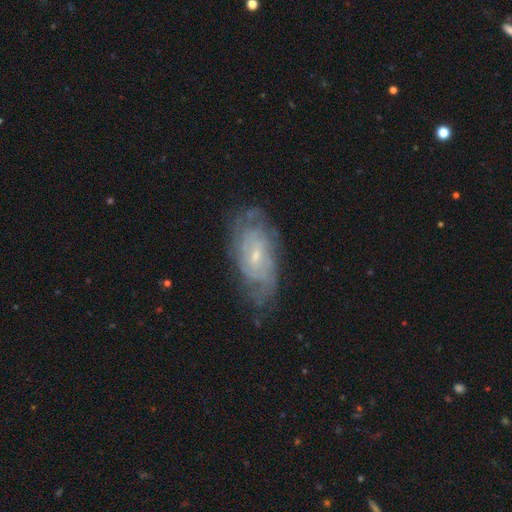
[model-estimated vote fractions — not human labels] Smooth or featured: featured or disk — 78% (smooth — 15%)
Edge-on disk: no — 93% (yes — 7%)
Bar: no — 48% (weak — 44%)
Spiral arms: yes — 90% (no — 10%)
Spiral winding: tight — 66% (medium — 27%)
Spiral arm count: can't tell — 53% (2 — 19%)
Bulge size: small — 70% (moderate — 25%)
Merging: none — 70% (minor disturbance — 21%)